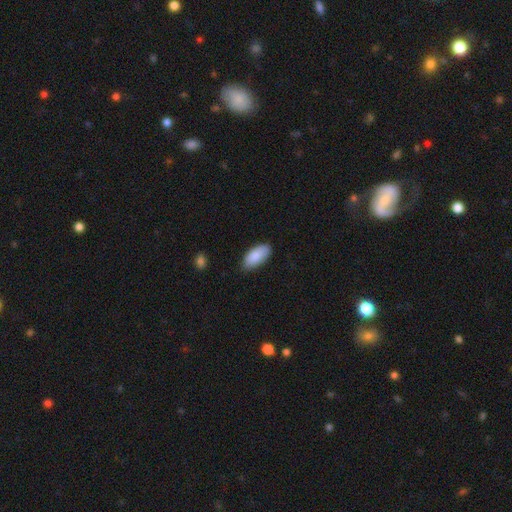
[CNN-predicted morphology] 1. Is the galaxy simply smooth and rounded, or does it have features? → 87% smooth, 7% featured or disk, 6% star or artifact.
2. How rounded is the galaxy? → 93% in between, 5% cigar-shaped, 2% round.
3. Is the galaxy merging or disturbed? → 79% none, 17% minor disturbance, 2% major disturbance, 1% merger.